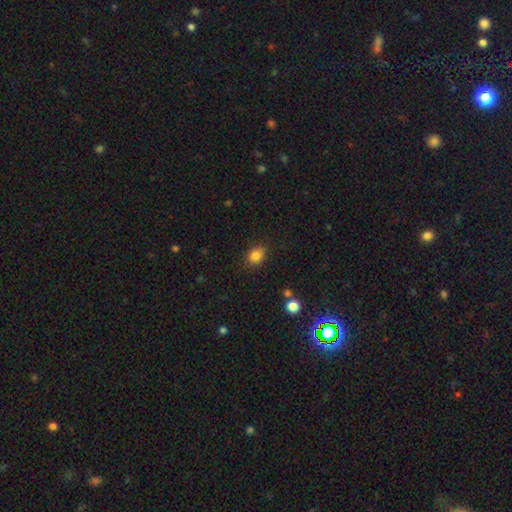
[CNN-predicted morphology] Overall: smooth (84%). How rounded: in between (54%; round 45%). Merging: none (83%).